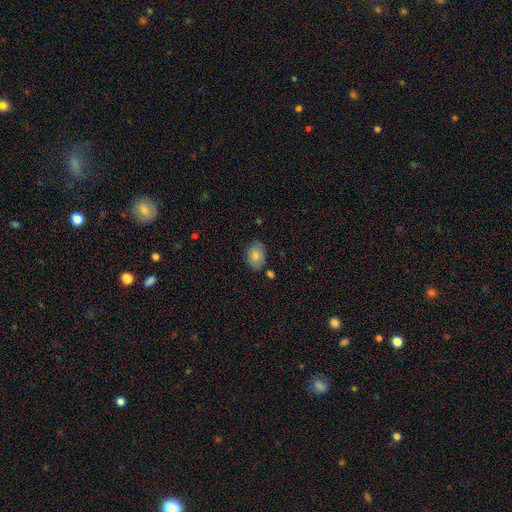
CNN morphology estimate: Smooth or featured?
  - smooth: 79% *
  - featured or disk: 13%
  - star or artifact: 8%
How rounded?
  - in between: 69% *
  - round: 30%
  - cigar-shaped: 1%
Merging?
  - none: 78% *
  - minor disturbance: 15%
  - merger: 4%
  - major disturbance: 3%